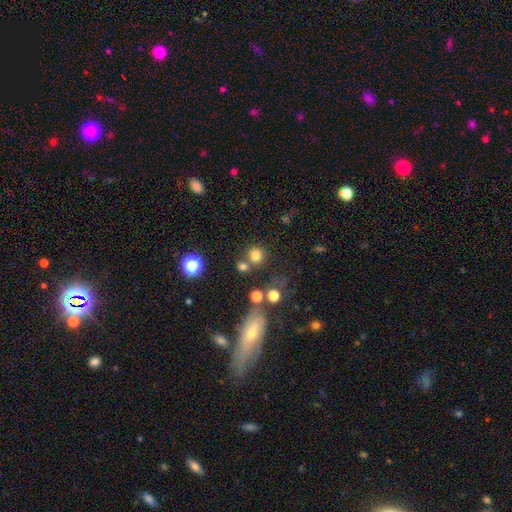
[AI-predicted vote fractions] The model was most divided on "merging": none: 68%, merger: 18%, minor disturbance: 9%, major disturbance: 5%. More confident: how rounded — round (86%); smooth or featured — smooth (76%).